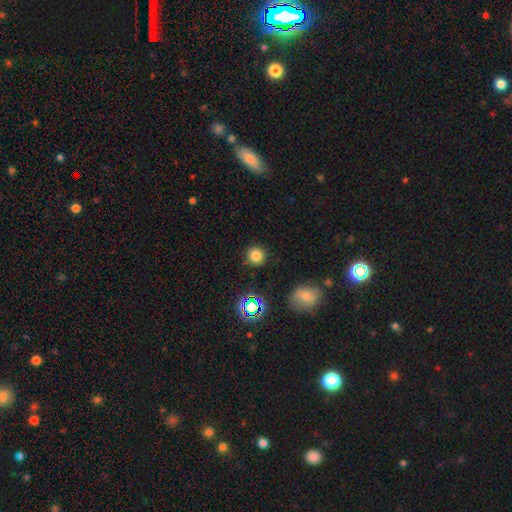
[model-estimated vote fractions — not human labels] Q: Smooth or featured?
A: smooth (78%); runner-up: star or artifact (17%)
Q: How rounded?
A: round (93%); runner-up: in between (6%)
Q: Merging?
A: none (87%); runner-up: minor disturbance (8%)